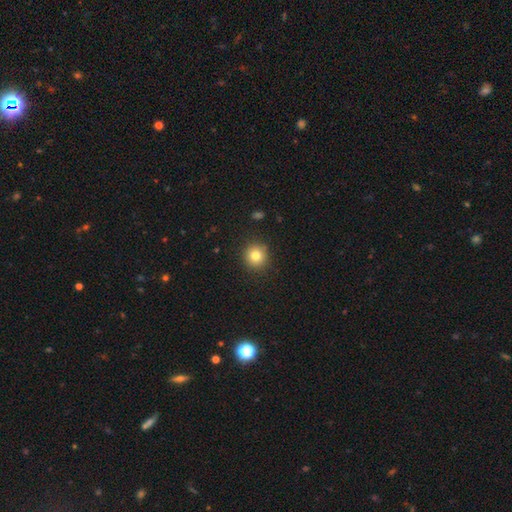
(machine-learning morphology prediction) This is clearly a smooth galaxy (80%). How rounded: clearly round (93%). Merging: clearly none (90%).